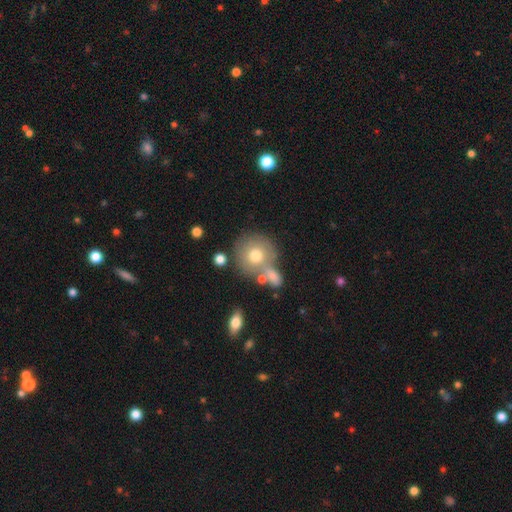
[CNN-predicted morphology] Smooth or featured: smooth — 70% (featured or disk — 20%)
How rounded: round — 89% (in between — 10%)
Merging: none — 57% (merger — 23%)